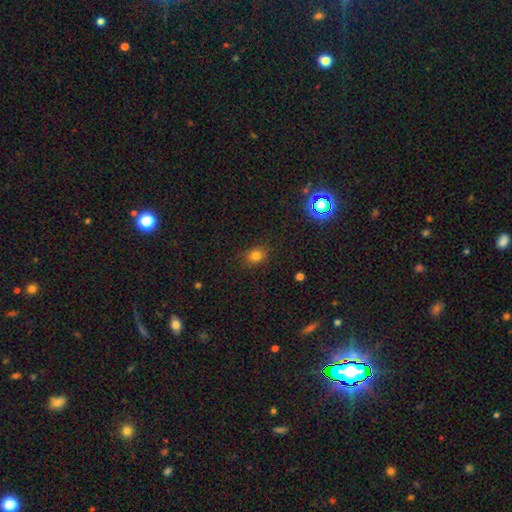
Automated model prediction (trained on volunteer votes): This is likely a smooth galaxy (77%). How rounded: possibly round (58%). Merging: clearly none (85%).